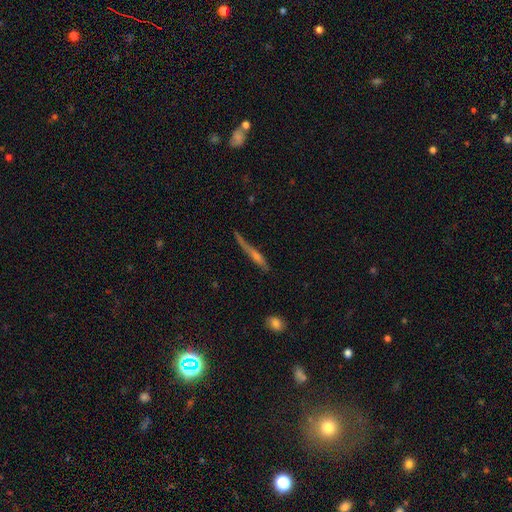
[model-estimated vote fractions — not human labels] A featured or disk galaxy (57%) viewed edge-on (91%) with a rounded central bulge (57%).

Vote fractions:
- Smooth or featured? featured or disk: 57% / smooth: 31% / star or artifact: 11%
- Edge-on disk? yes: 91% / no: 9%
- Edge-on bulge? rounded: 57% / none: 33% / boxy: 10%
- Merging? none: 66% / minor disturbance: 22% / major disturbance: 9% / merger: 4%